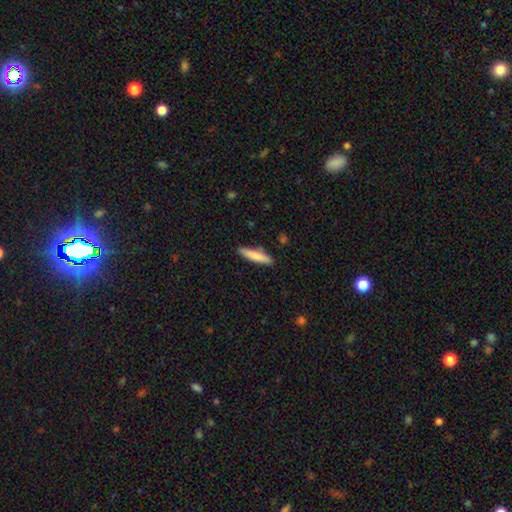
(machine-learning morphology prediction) A smooth galaxy with no disk features (77%) that is cigar-shaped (84%). Merging: none (87%).